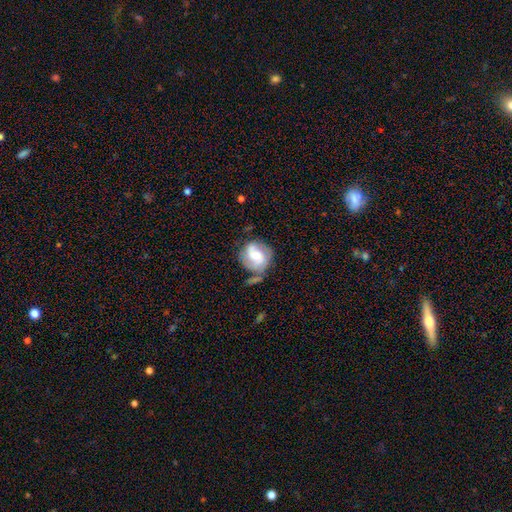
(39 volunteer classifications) Volunteers were most divided on "spiral winding" (2-way tie): medium: 38%, loose: 38%, tight: 24%. More confident: edge-on disk — no (100%); spiral arm count — 2 (90%); spiral arms — yes (78%); smooth or featured — featured or disk (69%); merging — none (66%); bar — weak (56%); bulge size — moderate (52%).